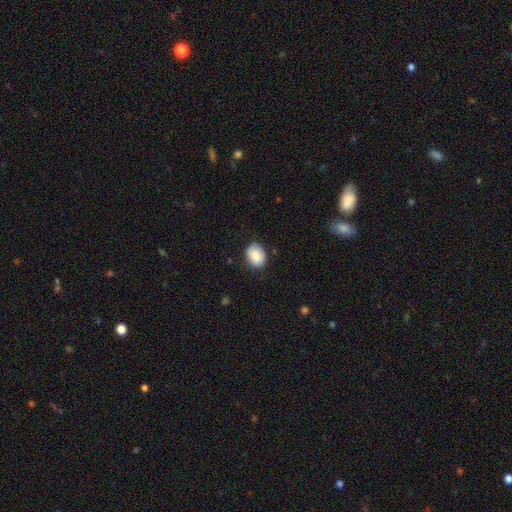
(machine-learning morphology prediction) A smooth galaxy with no disk features (87%) that is in between round and cigar-shaped (64%). Merging: none (82%).